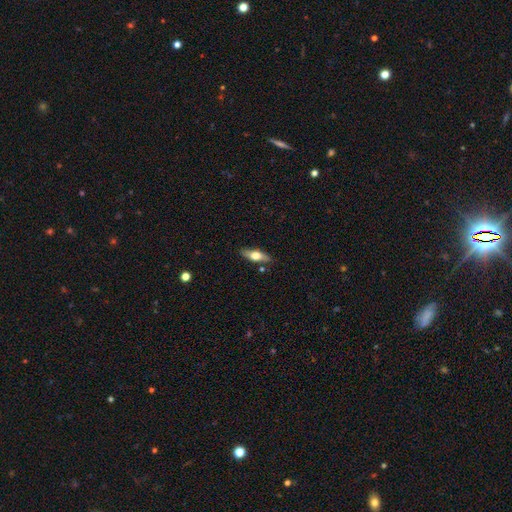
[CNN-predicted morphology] This is possibly a smooth galaxy (55%). How rounded: likely in between (60%). Merging: clearly none (83%).